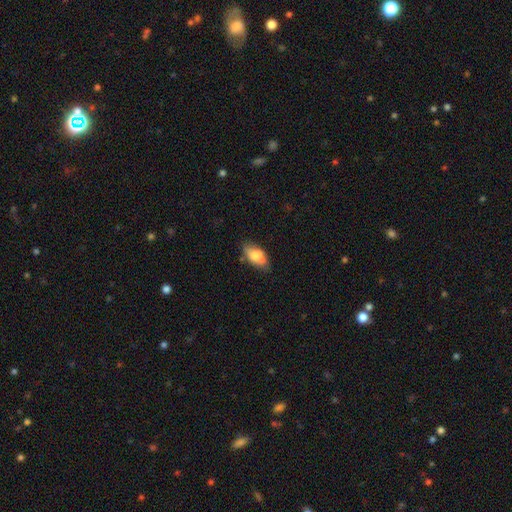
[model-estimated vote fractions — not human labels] Smooth or featured? smooth (69%)
How rounded? in between (90%)
Merging? none (57%)